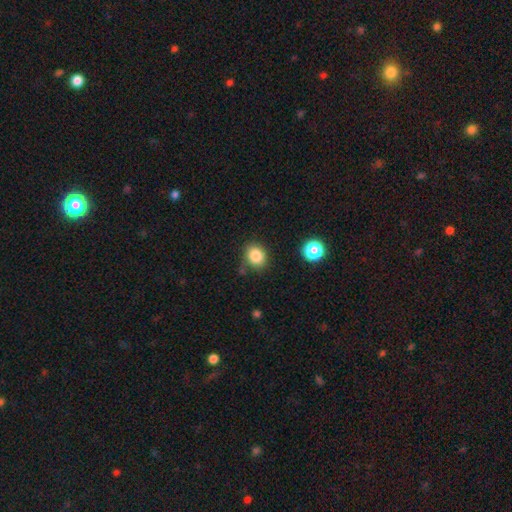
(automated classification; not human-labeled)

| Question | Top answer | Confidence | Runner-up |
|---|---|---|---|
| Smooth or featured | smooth | 85% | star or artifact (10%) |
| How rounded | round | 64% | in between (36%) |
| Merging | none | 79% | minor disturbance (13%) |